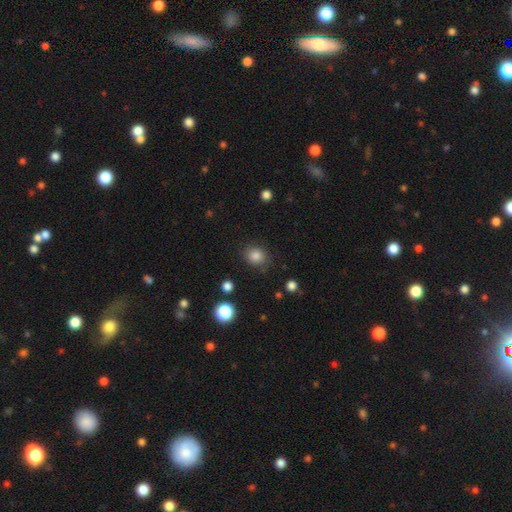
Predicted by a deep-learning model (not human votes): Morphology: type=smooth (84%); roundness=round (73%); merging=none (81%).